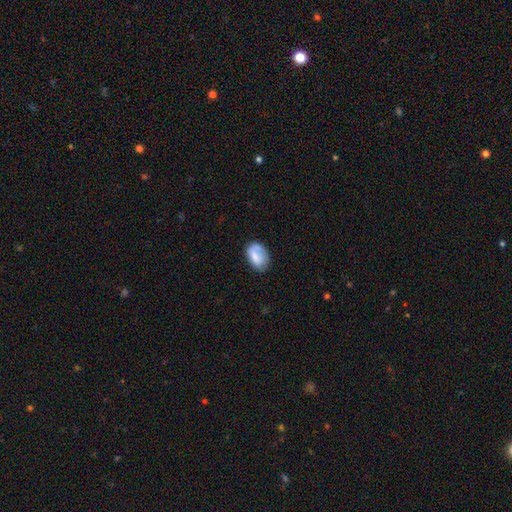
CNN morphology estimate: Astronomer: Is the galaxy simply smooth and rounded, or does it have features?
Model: smooth — 74%.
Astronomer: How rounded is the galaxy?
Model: in between — 89%.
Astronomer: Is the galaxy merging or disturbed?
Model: none — 61%.